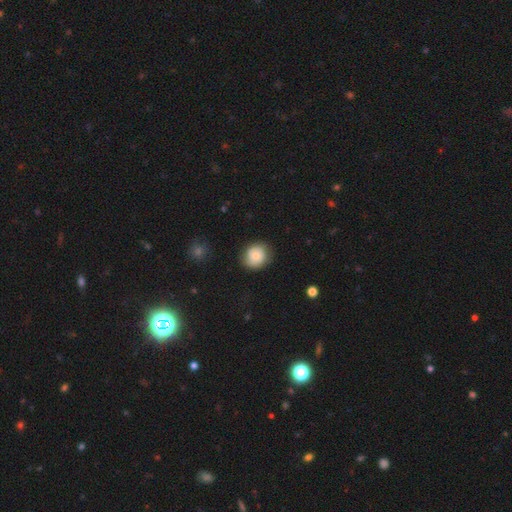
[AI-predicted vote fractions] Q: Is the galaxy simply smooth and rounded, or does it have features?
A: smooth — 73%.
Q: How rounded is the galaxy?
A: round — 82%.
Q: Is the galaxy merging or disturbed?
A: none — 78%.